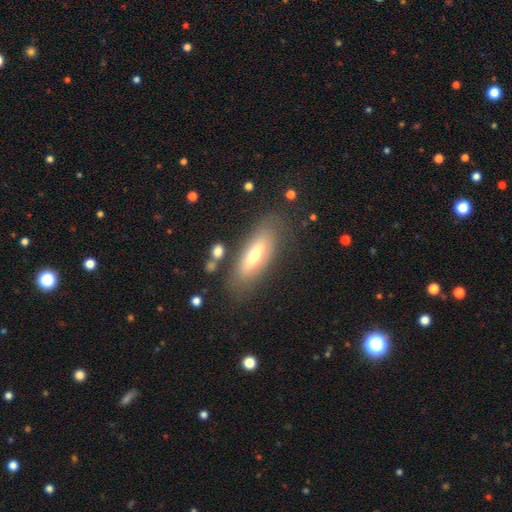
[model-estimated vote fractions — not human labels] smooth-or-featured: smooth: 55% | featured or disk: 37% | star or artifact: 8%
  how-rounded: in between: 61% | cigar-shaped: 36% | round: 3%
  merging: none: 79% | minor disturbance: 13% | major disturbance: 5% | merger: 3%